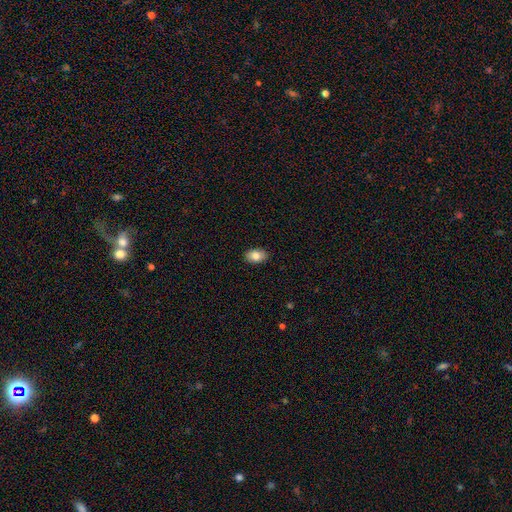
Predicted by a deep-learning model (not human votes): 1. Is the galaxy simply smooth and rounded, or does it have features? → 85% smooth, 8% featured or disk, 7% star or artifact.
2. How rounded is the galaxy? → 89% in between, 10% round, 1% cigar-shaped.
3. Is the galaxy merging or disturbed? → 89% none, 8% minor disturbance, 2% major disturbance, 1% merger.